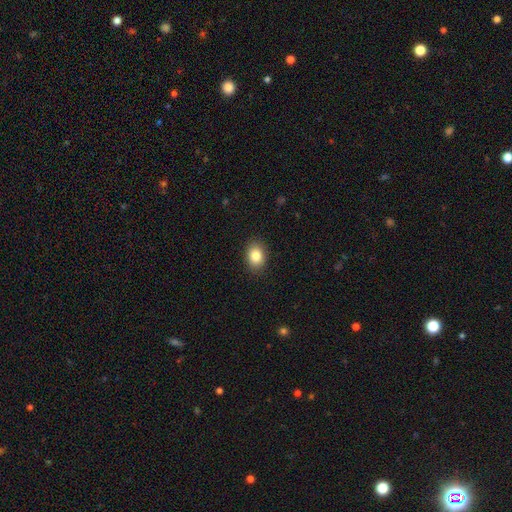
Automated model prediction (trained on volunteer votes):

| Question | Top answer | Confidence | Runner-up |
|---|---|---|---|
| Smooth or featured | smooth | 85% | star or artifact (9%) |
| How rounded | in between | 65% | round (34%) |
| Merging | none | 88% | minor disturbance (9%) |